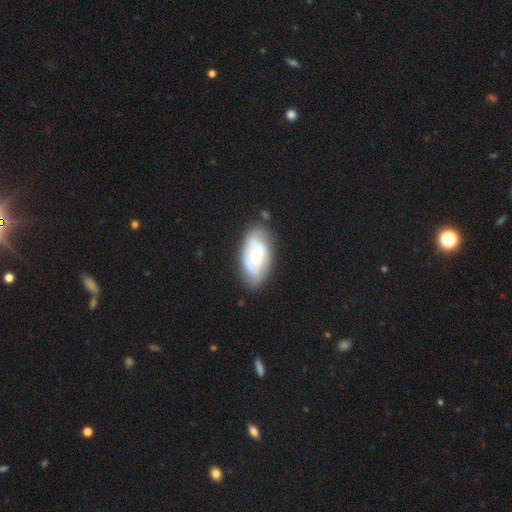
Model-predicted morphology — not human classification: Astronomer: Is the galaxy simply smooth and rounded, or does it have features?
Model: featured or disk — 63%.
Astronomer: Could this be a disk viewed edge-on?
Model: no — 95%.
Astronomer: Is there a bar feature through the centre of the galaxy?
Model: no — 54% (runner-up: weak, 37%).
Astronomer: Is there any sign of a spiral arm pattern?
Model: yes — 82%.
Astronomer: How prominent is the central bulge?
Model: small — 44% (runner-up: moderate, 37%).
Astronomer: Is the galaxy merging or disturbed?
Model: none — 69%.